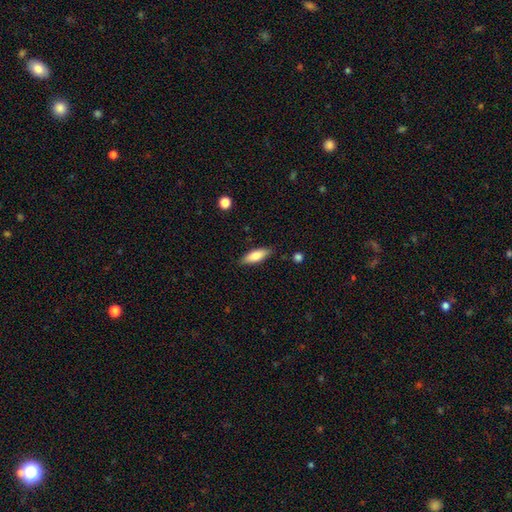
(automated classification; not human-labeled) Q: Smooth or featured?
A: smooth (78%); runner-up: featured or disk (16%)
Q: How rounded?
A: in between (63%); runner-up: cigar-shaped (35%)
Q: Merging?
A: none (85%); runner-up: minor disturbance (11%)